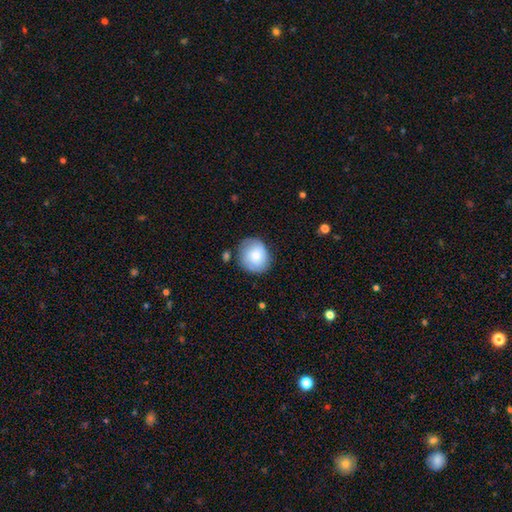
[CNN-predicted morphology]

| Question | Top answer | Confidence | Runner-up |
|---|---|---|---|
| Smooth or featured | smooth | 71% | featured or disk (22%) |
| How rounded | round | 77% | in between (22%) |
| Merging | none | 72% | minor disturbance (20%) |